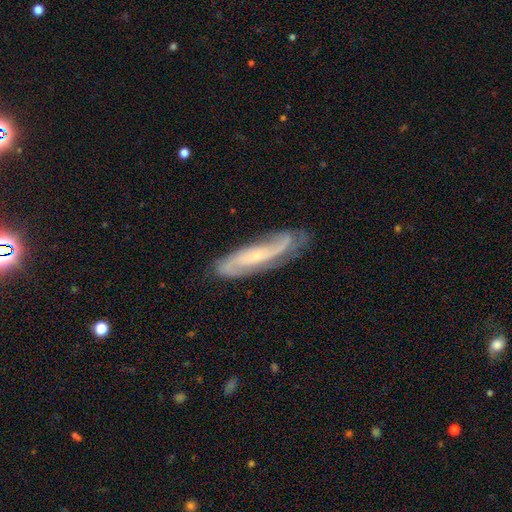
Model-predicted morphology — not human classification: smooth-or-featured: featured or disk: 81% | smooth: 13% | star or artifact: 6%
  disk-edge-on: no: 83% | yes: 17%
    bar: no: 53% | weak: 32% | strong: 15%
    has-spiral-arms: yes: 96% | no: 4%
      spiral-winding: medium: 44% | tight: 35% | loose: 21%
      spiral-arm-count: 2: 70% | can't tell: 14% | 3: 7% | 1: 4% | 4: 3% | more than 4: 2%
    bulge-size: small: 75% | moderate: 17% | none: 5% | large: 1% | dominant: 1%
  merging: none: 74% | minor disturbance: 19% | major disturbance: 6% | merger: 2%